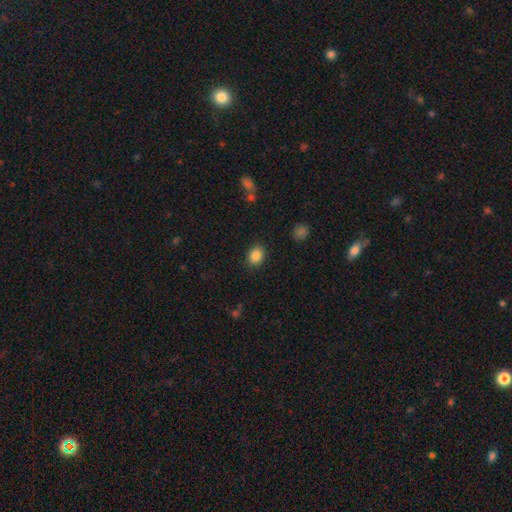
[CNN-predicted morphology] smooth 86%, star or artifact 9%, featured or disk 5%. Down the decision tree: how rounded — round (51%); merging — none (87%).